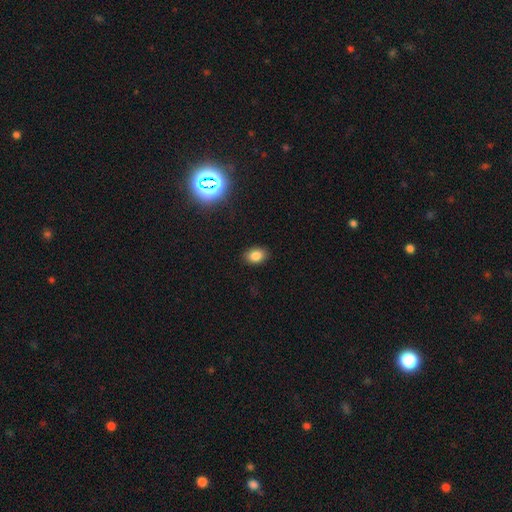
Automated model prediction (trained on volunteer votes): The model was most divided on "how rounded": in between: 80%, round: 19%, cigar-shaped: 1%. More confident: merging — none (88%); smooth or featured — smooth (83%).